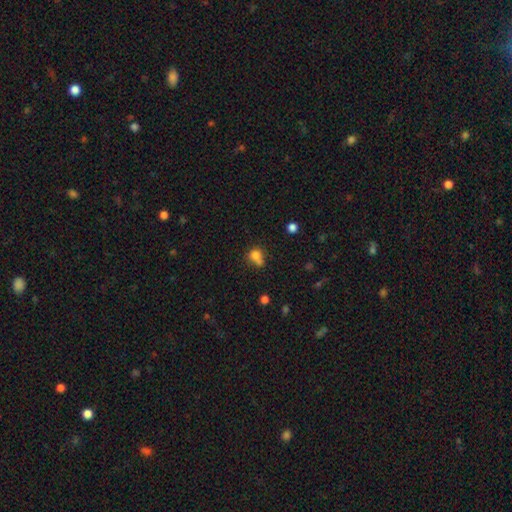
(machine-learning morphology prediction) A smooth galaxy with no disk features (77%) that is round (69%). Merging: none (39%).